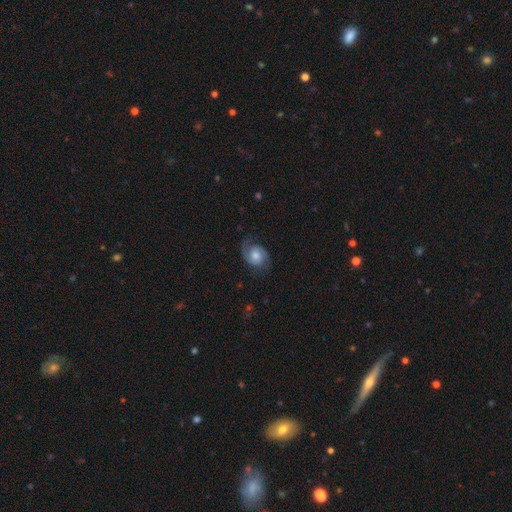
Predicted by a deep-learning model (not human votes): Overall: featured or disk (75%). Edge-on disk: no (97%). Bar: no (67%; weak 29%). Spiral arms: yes (96%). Spiral arm count: 2 (88%). Spiral winding: medium (48%; tight 29%). Bulge size: moderate (56%; small 20%). Merging: none (73%).